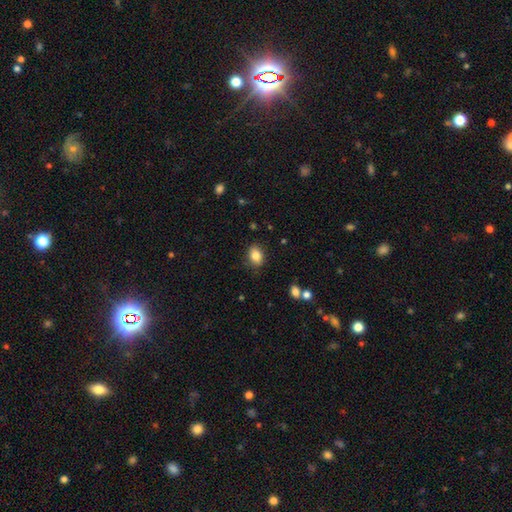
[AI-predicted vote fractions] A smooth galaxy with no disk features (85%) that is in between round and cigar-shaped (74%).

Vote fractions:
- Smooth or featured? smooth: 85% / star or artifact: 9% / featured or disk: 7%
- How rounded? in between: 74% / round: 25% / cigar-shaped: 1%
- Merging? none: 83% / minor disturbance: 13% / major disturbance: 3% / merger: 2%